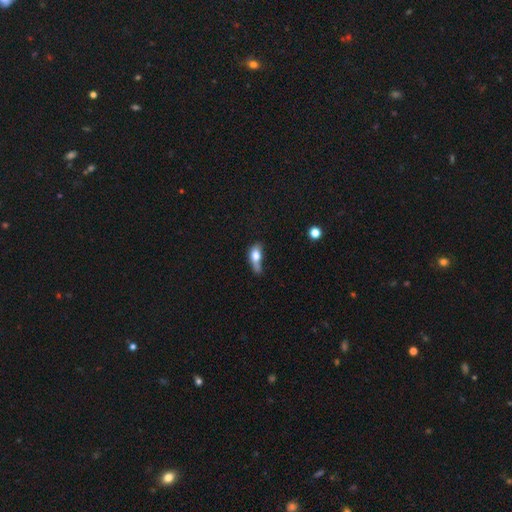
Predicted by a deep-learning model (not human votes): smooth_or_featured: smooth (p=0.70) [alt: featured or disk p=0.20]
how_rounded: in between (p=0.75) [alt: round p=0.14]
merging: major disturbance (p=0.31) [alt: minor disturbance p=0.28]